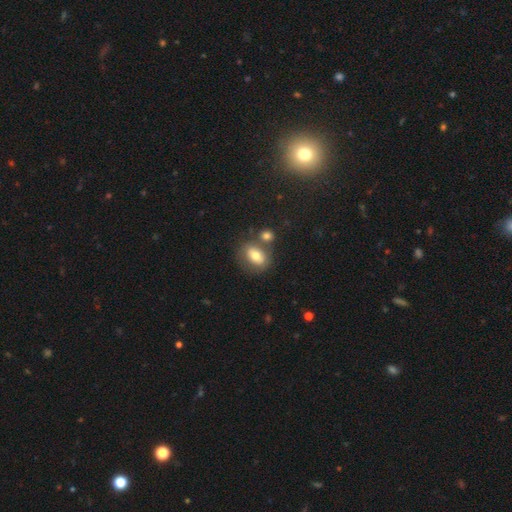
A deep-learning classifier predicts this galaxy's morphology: type=smooth (72%); roundness=in between (78%); merging=none (55%).